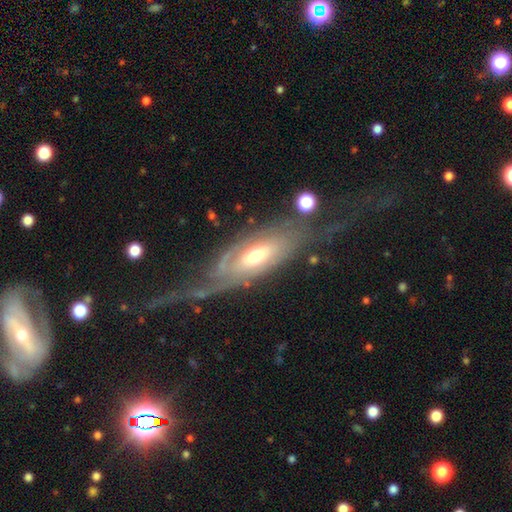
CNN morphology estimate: Smooth or featured?
  - featured or disk: 76% *
  - smooth: 18%
  - star or artifact: 6%
Edge-on disk?
  - no: 82% *
  - yes: 18%
Bar?
  - no: 64% *
  - weak: 26%
  - strong: 9%
Spiral arms?
  - yes: 78% *
  - no: 22%
Bulge size?
  - moderate: 67% *
  - small: 15%
  - large: 14%
  - dominant: 2%
  - none: 1%
Merging?
  - none: 42% *
  - major disturbance: 34%
  - minor disturbance: 20%
  - merger: 4%